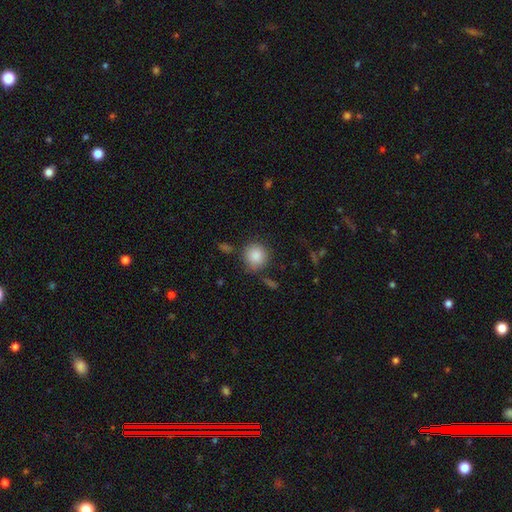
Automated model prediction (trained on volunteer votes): This is clearly a smooth galaxy (88%). How rounded: clearly round (90%). Merging: likely none (78%).